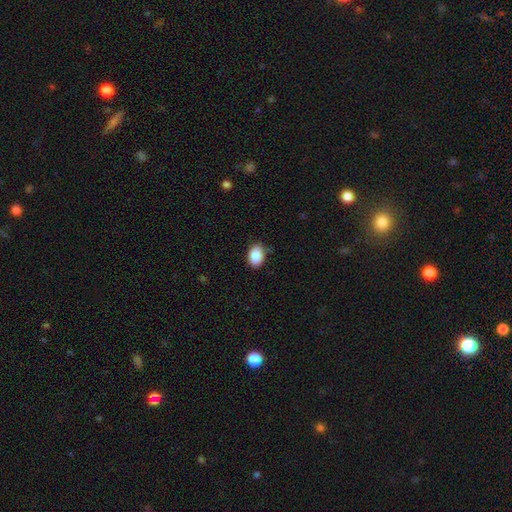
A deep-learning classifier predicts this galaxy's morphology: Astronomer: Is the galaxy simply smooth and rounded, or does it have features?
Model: smooth — 88%.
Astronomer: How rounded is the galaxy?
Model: in between — 80%.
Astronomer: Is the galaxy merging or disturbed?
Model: none — 83%.